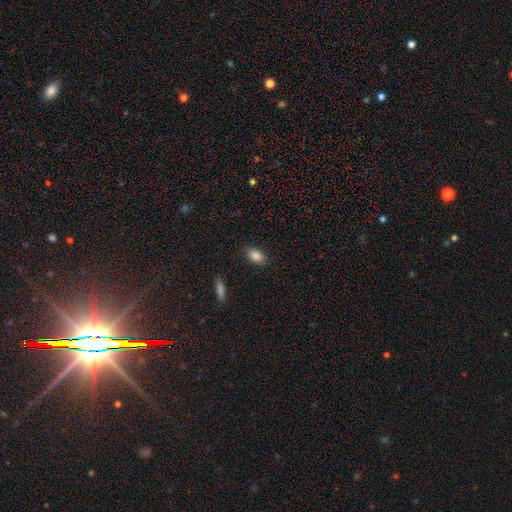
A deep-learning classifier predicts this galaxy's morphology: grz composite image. It shows a smooth galaxy with no disk features (85%) that is in between round and cigar-shaped (90%). Merging: none (87%).